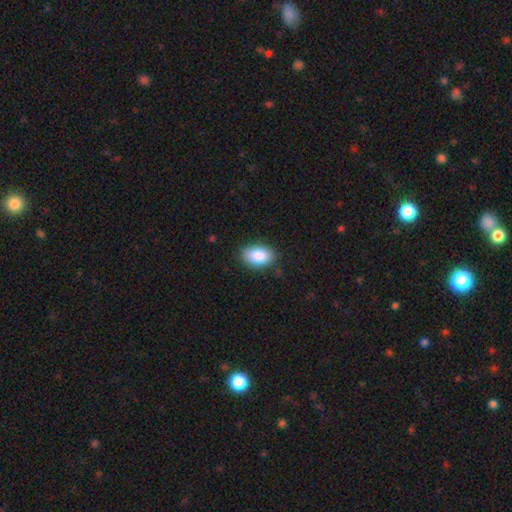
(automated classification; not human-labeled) Smooth or featured?
  - smooth: 86% *
  - star or artifact: 7%
  - featured or disk: 7%
How rounded?
  - in between: 90% *
  - round: 9%
  - cigar-shaped: 1%
Merging?
  - none: 84% *
  - minor disturbance: 12%
  - major disturbance: 3%
  - merger: 1%